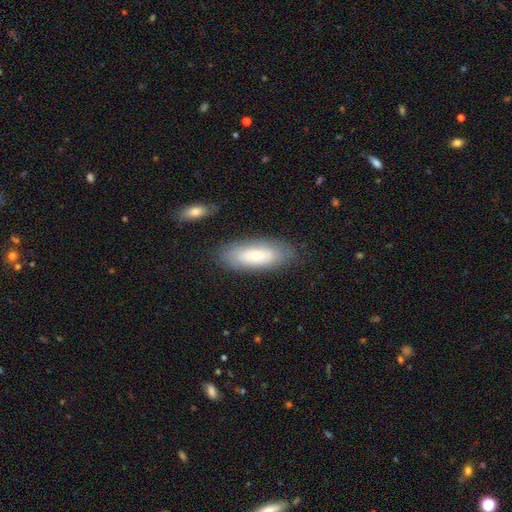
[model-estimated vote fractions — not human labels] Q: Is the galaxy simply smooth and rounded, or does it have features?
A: smooth — 70%.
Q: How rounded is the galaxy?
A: in between — 72%.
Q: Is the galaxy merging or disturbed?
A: none — 80%.